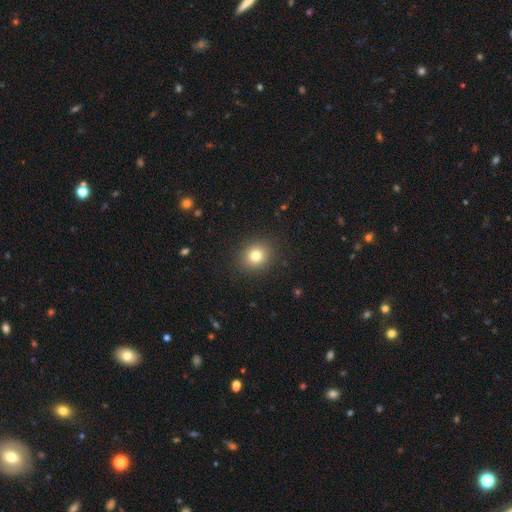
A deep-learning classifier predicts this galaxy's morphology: Smooth or featured?
  - smooth: 79% *
  - star or artifact: 12%
  - featured or disk: 9%
How rounded?
  - round: 76% *
  - in between: 23%
  - cigar-shaped: 1%
Merging?
  - none: 90% *
  - minor disturbance: 7%
  - major disturbance: 3%
  - merger: 1%